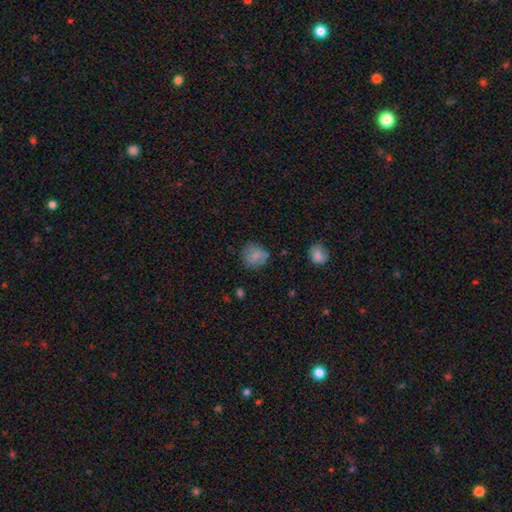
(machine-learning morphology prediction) type=smooth (75%); roundness=round (75%); merging=none (67%).